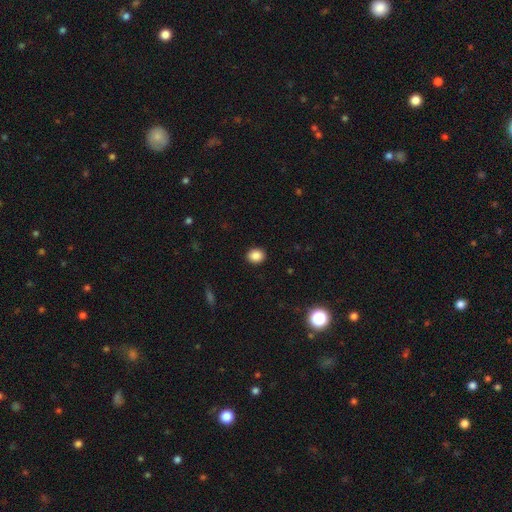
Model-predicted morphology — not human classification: This appears to be a smooth galaxy with no disk features (87%) that is round (61%). Merging: none (91%).